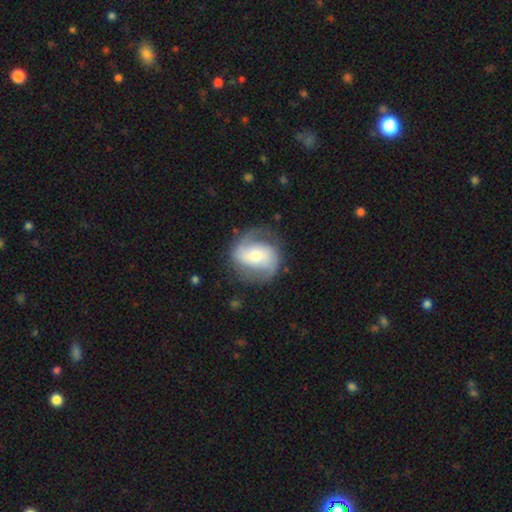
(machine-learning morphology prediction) type=featured or disk (78%); edge-on=no (97%); bar=no (45%); spiral arms=yes (92%); winding=medium (45%); arm count=2 (87%); bulge=moderate (56%); merging=none (73%).